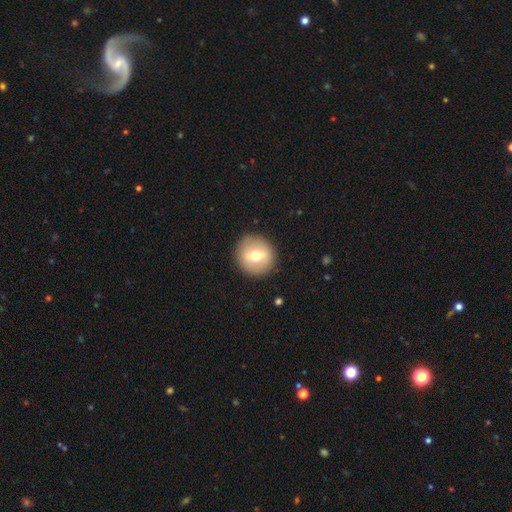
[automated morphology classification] A smooth galaxy with no disk features (58%) that is round (90%).

Vote fractions:
- Smooth or featured? smooth: 58% / featured or disk: 35% / star or artifact: 8%
- How rounded? round: 90% / in between: 9% / cigar-shaped: 1%
- Merging? none: 90% / minor disturbance: 6% / major disturbance: 2% / merger: 1%